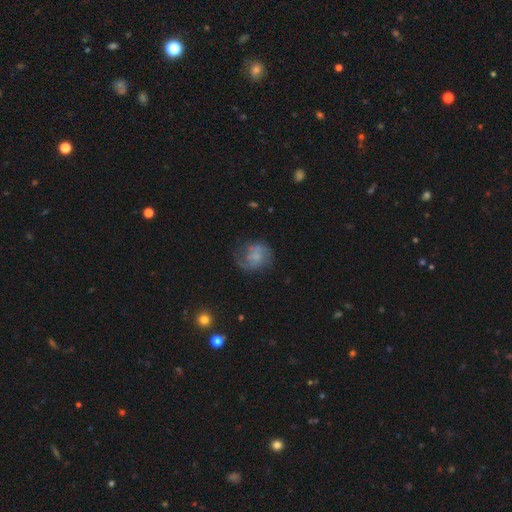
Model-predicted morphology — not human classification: Smooth or featured?
  - featured or disk: 49% *
  - smooth: 41%
  - star or artifact: 10%
Merging?
  - none: 56% *
  - minor disturbance: 24%
  - major disturbance: 18%
  - merger: 3%